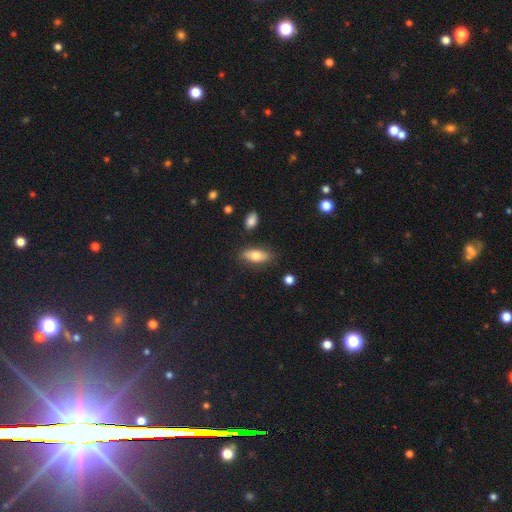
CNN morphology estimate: Smooth or featured?
  - smooth: 72% *
  - featured or disk: 21%
  - star or artifact: 7%
How rounded?
  - in between: 77% *
  - cigar-shaped: 20%
  - round: 3%
Merging?
  - none: 80% *
  - minor disturbance: 14%
  - major disturbance: 3%
  - merger: 3%